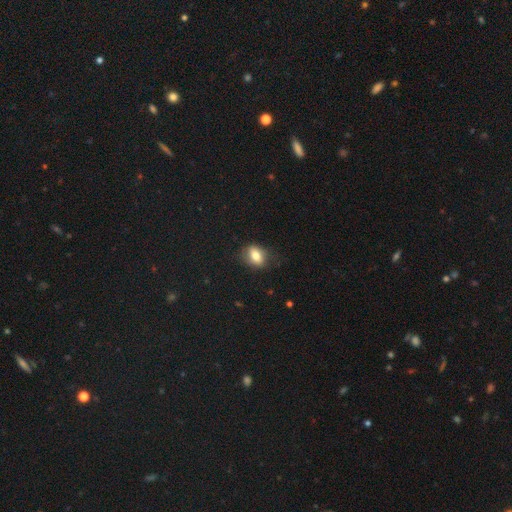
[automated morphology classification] This appears to be a smooth galaxy with no disk features (75%) that is in between round and cigar-shaped (75%). Merging: none (73%).